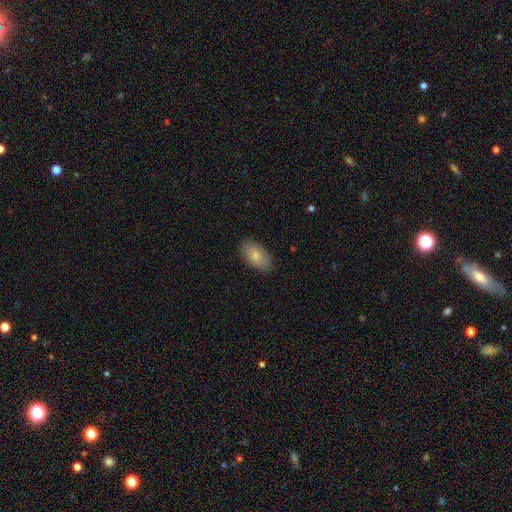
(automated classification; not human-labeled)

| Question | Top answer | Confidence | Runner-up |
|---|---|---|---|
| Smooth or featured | smooth | 81% | featured or disk (13%) |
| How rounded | in between | 93% | round (4%) |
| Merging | none | 87% | minor disturbance (10%) |